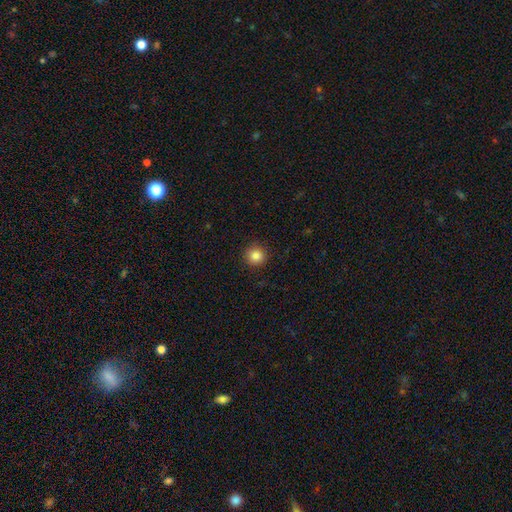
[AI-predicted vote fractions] A smooth galaxy with no disk features (85%) that is round (94%).

Vote fractions:
- Smooth or featured? smooth: 85% / star or artifact: 11% / featured or disk: 4%
- How rounded? round: 94% / in between: 5% / cigar-shaped: 1%
- Merging? none: 91% / minor disturbance: 6% / major disturbance: 2% / merger: 1%